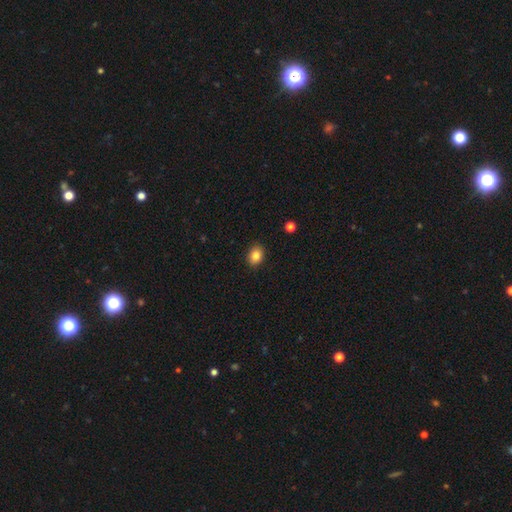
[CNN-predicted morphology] A smooth galaxy with no disk features (86%) that is in between round and cigar-shaped (61%). Merging: none (89%).